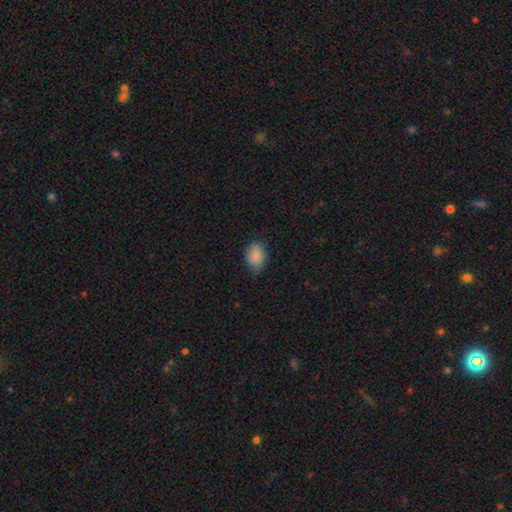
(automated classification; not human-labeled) smooth 86%, star or artifact 8%, featured or disk 6%. Down the decision tree: how rounded — in between (68%); merging — none (61%).